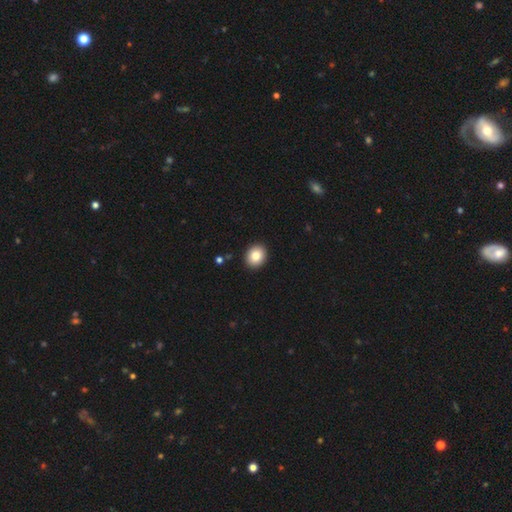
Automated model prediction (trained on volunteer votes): Q: Smooth or featured?
A: smooth (84%); runner-up: star or artifact (9%)
Q: How rounded?
A: round (63%); runner-up: in between (36%)
Q: Merging?
A: none (92%); runner-up: minor disturbance (6%)